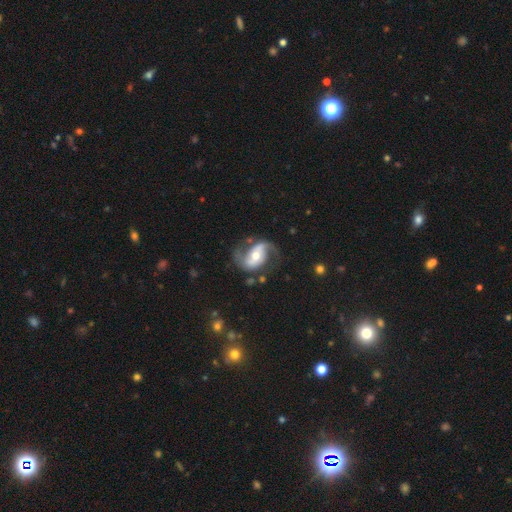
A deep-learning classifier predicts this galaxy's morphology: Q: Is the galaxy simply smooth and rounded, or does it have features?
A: featured or disk — 86%.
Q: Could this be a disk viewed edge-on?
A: no — 97%.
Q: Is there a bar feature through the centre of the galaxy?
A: weak — 34%, tied with no.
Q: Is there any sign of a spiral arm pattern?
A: yes — 95%.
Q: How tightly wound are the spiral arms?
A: loose — 46%.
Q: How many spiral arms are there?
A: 2 — 91%.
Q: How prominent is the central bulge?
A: moderate — 63%.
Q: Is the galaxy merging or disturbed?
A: none — 68%.